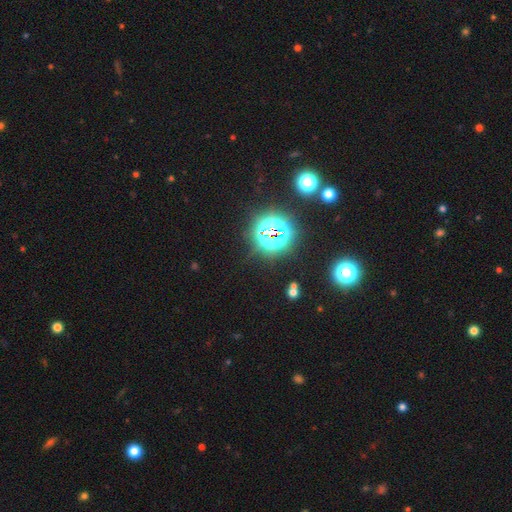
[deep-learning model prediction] Smooth or featured? Predicted: star or artifact (p=0.83).